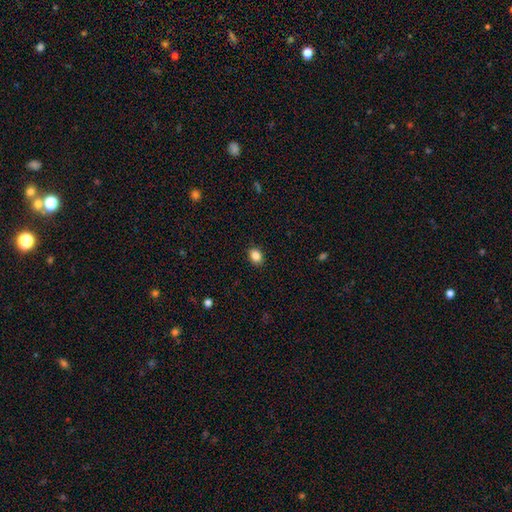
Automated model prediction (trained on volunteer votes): This is clearly a smooth galaxy (86%). How rounded: likely in between (60%). Merging: clearly none (89%).